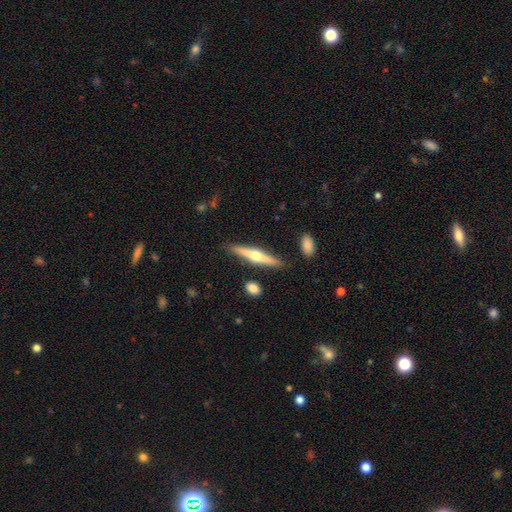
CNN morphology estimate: Smooth or featured? featured or disk (64%)
Edge-on disk? yes (97%)
Edge-on bulge? rounded (92%)
Merging? none (86%)